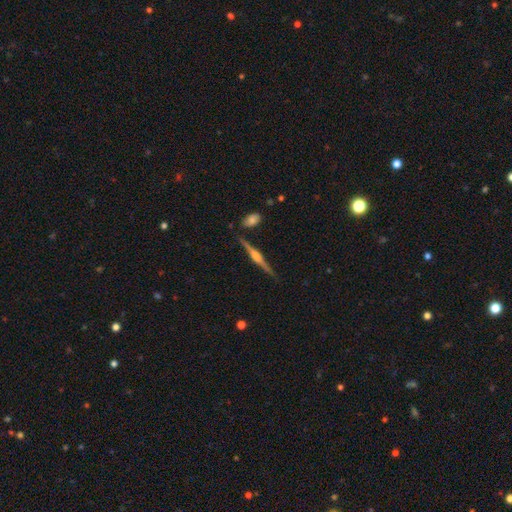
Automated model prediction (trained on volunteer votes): Overall: featured or disk (81%). Edge-on disk: yes (98%). Edge-on bulge: rounded (80%). Merging: none (86%).